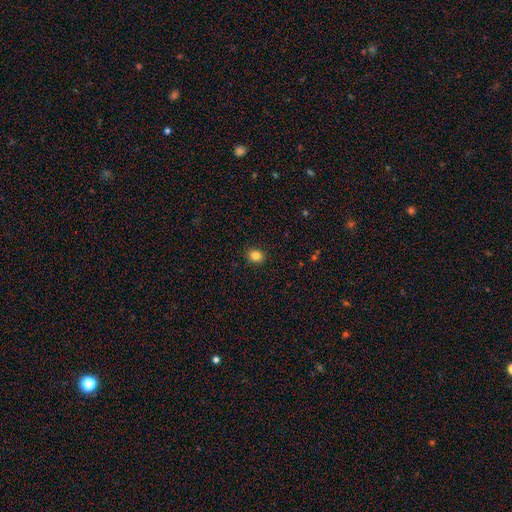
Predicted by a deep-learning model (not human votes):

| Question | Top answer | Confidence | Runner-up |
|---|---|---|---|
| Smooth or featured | smooth | 84% | star or artifact (11%) |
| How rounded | round | 63% | in between (36%) |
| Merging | none | 91% | minor disturbance (6%) |